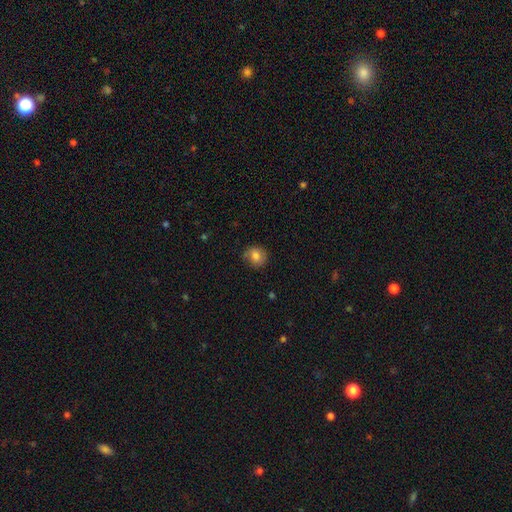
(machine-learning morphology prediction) Smooth or featured?
  - smooth: 78% *
  - featured or disk: 12%
  - star or artifact: 10%
How rounded?
  - round: 80% *
  - in between: 19%
  - cigar-shaped: 1%
Merging?
  - none: 80% *
  - minor disturbance: 16%
  - major disturbance: 3%
  - merger: 1%